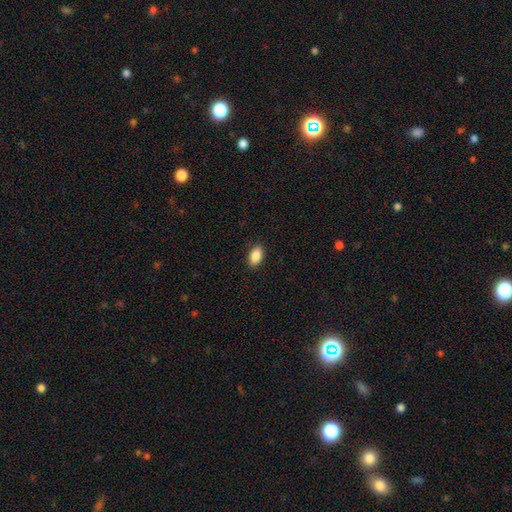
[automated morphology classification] This appears to be a smooth galaxy with no disk features (89%) that is in between round and cigar-shaped (92%). Merging: none (89%).